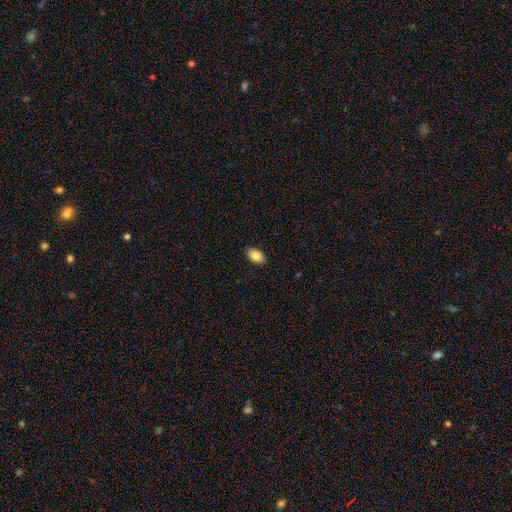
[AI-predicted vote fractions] Smooth or featured?
  - smooth: 85% *
  - featured or disk: 8%
  - star or artifact: 7%
How rounded?
  - in between: 93% *
  - round: 5%
  - cigar-shaped: 2%
Merging?
  - none: 89% *
  - minor disturbance: 8%
  - major disturbance: 2%
  - merger: 1%